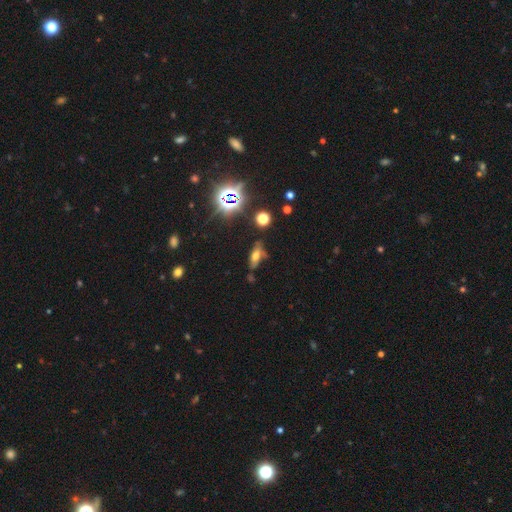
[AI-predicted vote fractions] This appears to be a smooth galaxy with no disk features (45%). Merging: none (57%).